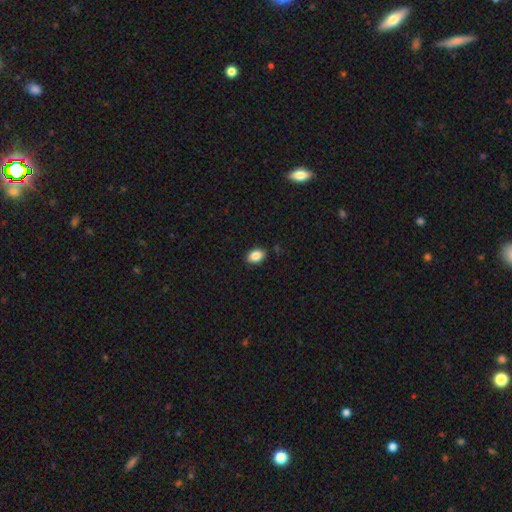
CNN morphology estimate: smooth 86%, star or artifact 8%, featured or disk 5%. Down the decision tree: how rounded — in between (82%); merging — none (86%).